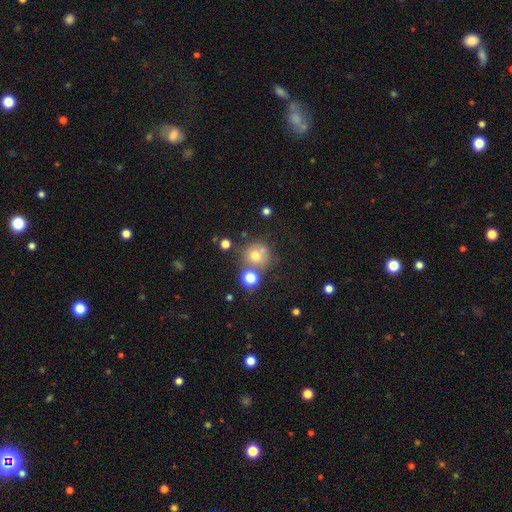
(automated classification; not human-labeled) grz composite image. It shows a smooth galaxy with no disk features (69%) that is round (89%). Merging: none (60%).